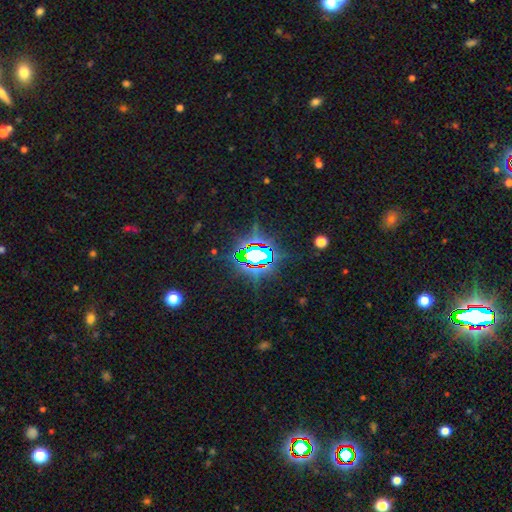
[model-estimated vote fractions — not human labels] Morphology: type=star or artifact (78%).